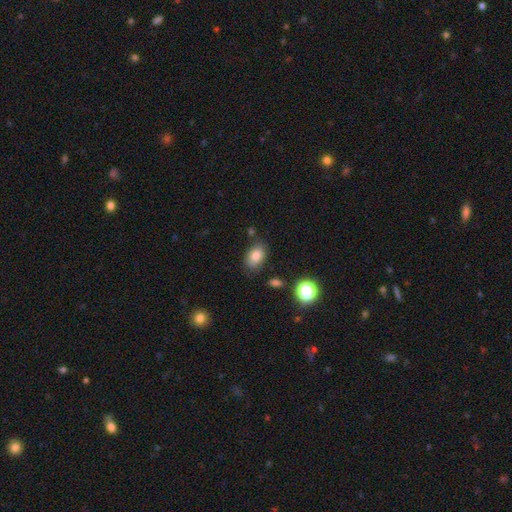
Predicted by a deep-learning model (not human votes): This is clearly a smooth galaxy (81%). How rounded: clearly in between (85%). Merging: likely none (77%).